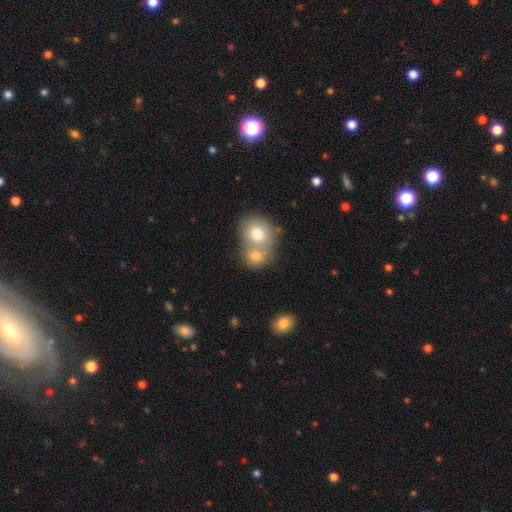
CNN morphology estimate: This appears to be a smooth galaxy with no disk features (76%) that is round (71%). Merging: merger (65%).